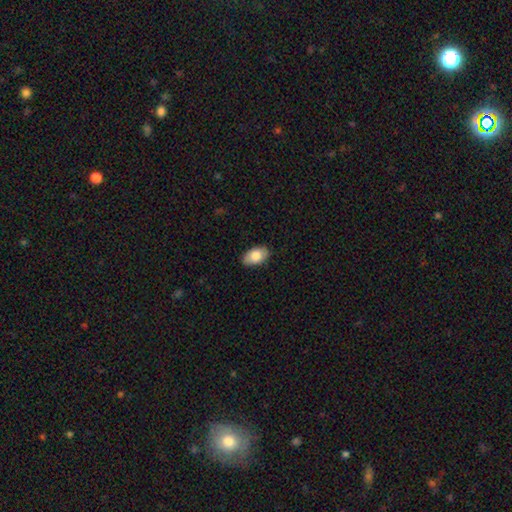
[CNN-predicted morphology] A smooth galaxy with no disk features (80%) that is in between round and cigar-shaped (93%). Merging: none (85%).